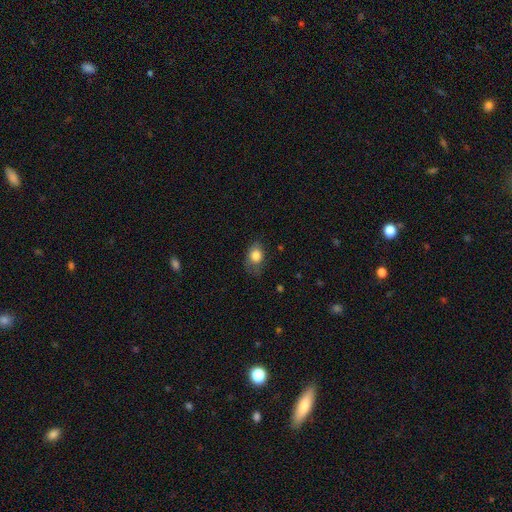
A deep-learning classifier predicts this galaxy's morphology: Smooth or featured: smooth — 80% (featured or disk — 12%)
How rounded: in between — 67% (round — 31%)
Merging: none — 55% (minor disturbance — 32%)